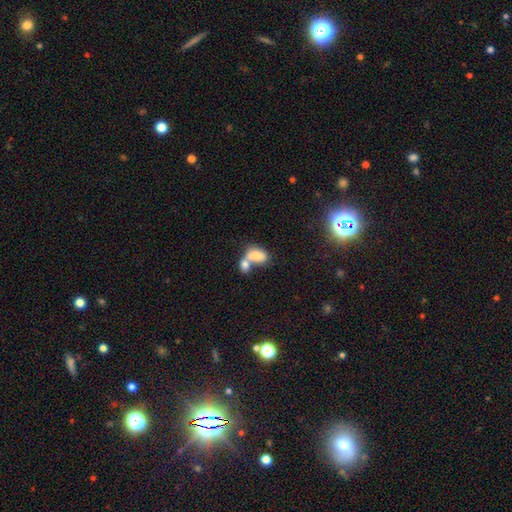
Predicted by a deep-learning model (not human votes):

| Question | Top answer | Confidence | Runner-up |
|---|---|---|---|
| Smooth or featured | smooth | 76% | featured or disk (15%) |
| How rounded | in between | 89% | round (8%) |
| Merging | merger | 69% | none (17%) |